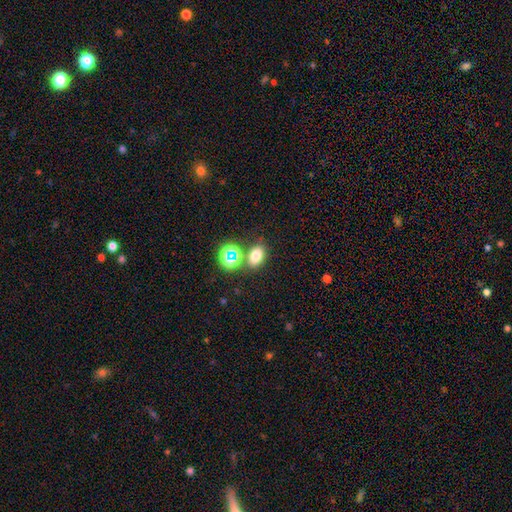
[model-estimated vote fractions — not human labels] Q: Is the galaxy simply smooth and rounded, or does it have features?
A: smooth — 71%.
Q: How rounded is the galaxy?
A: in between — 71%.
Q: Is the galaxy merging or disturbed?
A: none — 69%.